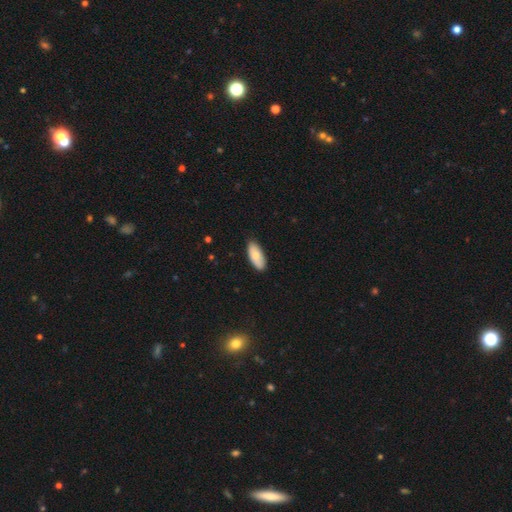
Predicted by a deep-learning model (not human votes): Smooth or featured? smooth (79%)
How rounded? in between (85%)
Merging? none (83%)